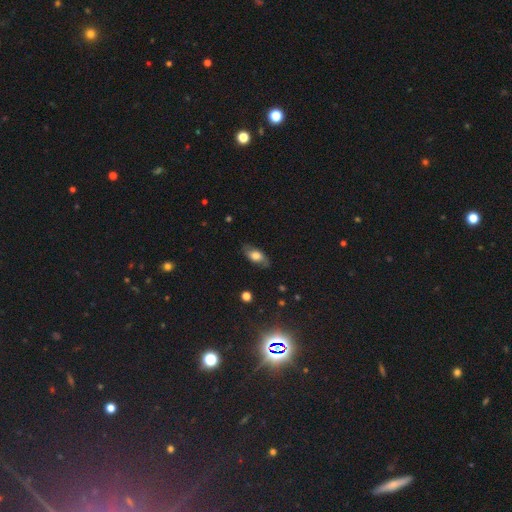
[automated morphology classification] Smooth or featured: smooth — 56% (featured or disk — 35%)
How rounded: in between — 83% (cigar-shaped — 10%)
Merging: none — 76% (minor disturbance — 19%)